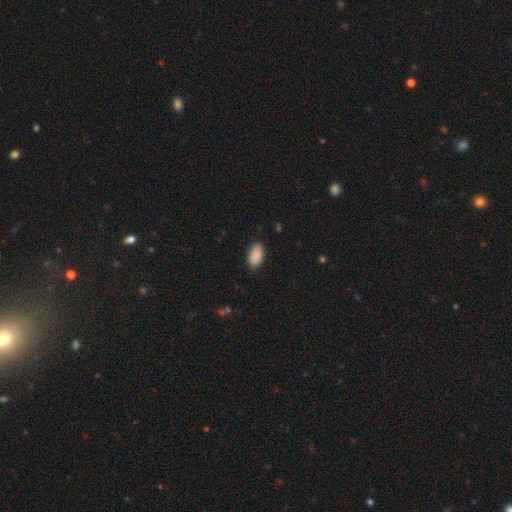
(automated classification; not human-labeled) This appears to be a smooth galaxy with no disk features (90%) that is in between round and cigar-shaped (95%). Merging: none (87%).